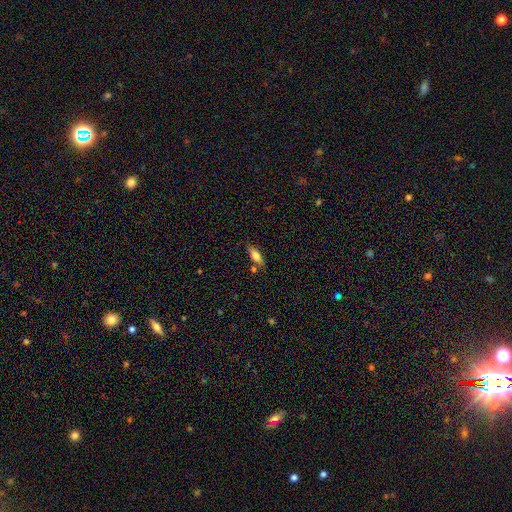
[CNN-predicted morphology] Smooth or featured?
  - smooth: 68% *
  - featured or disk: 25%
  - star or artifact: 7%
How rounded?
  - in between: 65% *
  - cigar-shaped: 32%
  - round: 3%
Merging?
  - none: 73% *
  - minor disturbance: 16%
  - merger: 8%
  - major disturbance: 4%